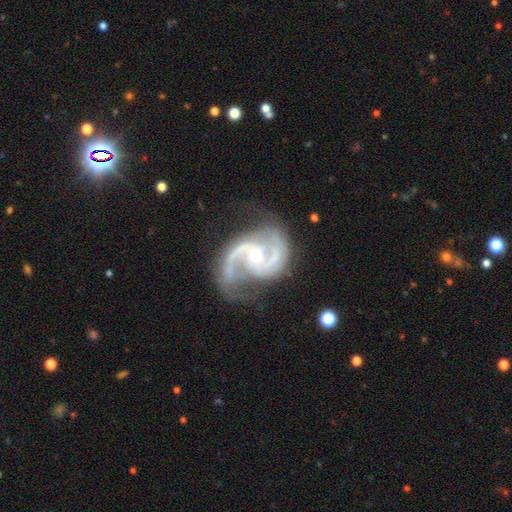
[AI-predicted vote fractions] A featured or disk galaxy (93%) with no bar (51%), 2 (89%) medium (62%) spiral arms (99%) and a moderate central bulge (53%).

Vote fractions:
- Smooth or featured? featured or disk: 93% / star or artifact: 4% / smooth: 2%
- Edge-on disk? no: 98% / yes: 2%
- Bar? no: 51% / weak: 36% / strong: 13%
- Spiral arms? yes: 99% / no: 1%
- Spiral winding? medium: 62% / loose: 20% / tight: 18%
- Spiral arm count? 2: 89% / 3: 4% / can't tell: 2% / 1: 2% / 4: 1% / more than 4: 1%
- Bulge size? moderate: 53% / small: 43% / large: 2% / none: 1% / dominant: 1%
- Merging? none: 66% / minor disturbance: 21% / major disturbance: 10% / merger: 2%